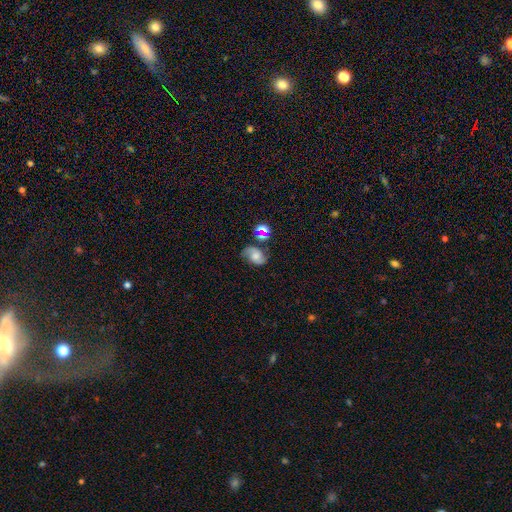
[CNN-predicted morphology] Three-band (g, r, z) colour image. It shows a featured or disk galaxy (59%) with no bar (64%), 2 (85%) medium (44%) spiral arms (91%) and a moderate central bulge (50%). Merging: none (60%).